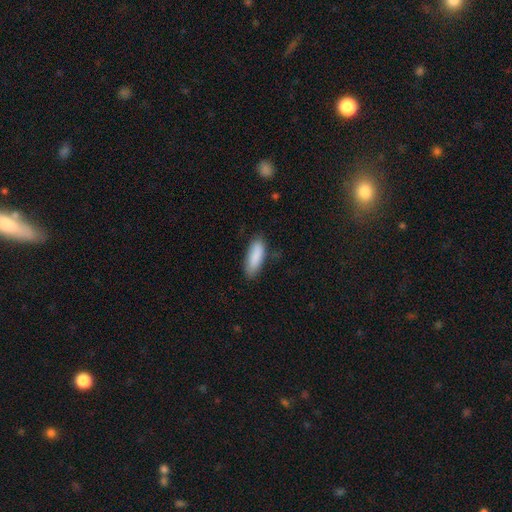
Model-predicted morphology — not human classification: A smooth galaxy with no disk features (87%) that is in between round and cigar-shaped (61%).

Vote fractions:
- Smooth or featured? smooth: 87% / featured or disk: 7% / star or artifact: 6%
- How rounded? in between: 61% / cigar-shaped: 37% / round: 2%
- Merging? none: 79% / minor disturbance: 17% / major disturbance: 3% / merger: 1%